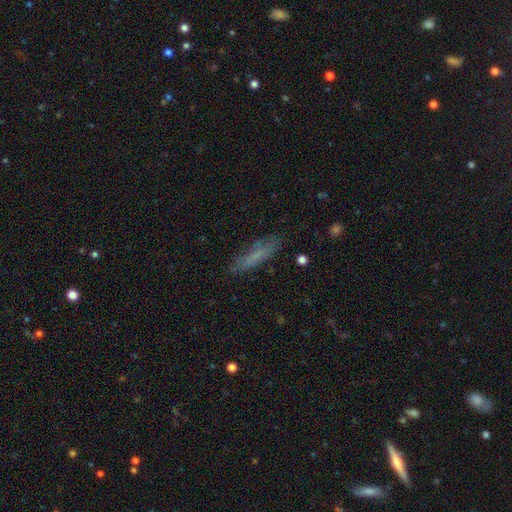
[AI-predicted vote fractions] Smooth or featured? smooth (68%)
How rounded? cigar-shaped (78%)
Merging? none (79%)